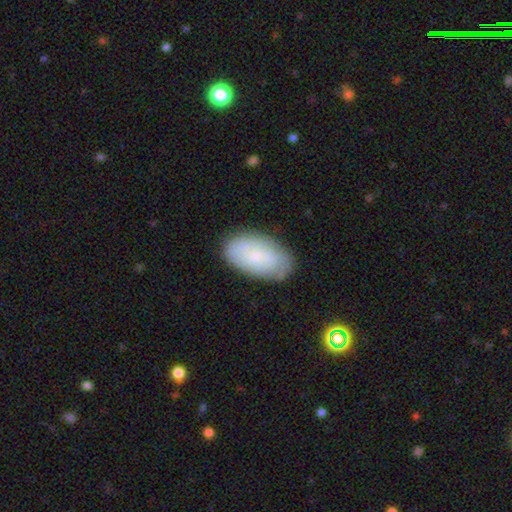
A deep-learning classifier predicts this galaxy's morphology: smooth-or-featured: smooth: 66% | featured or disk: 26% | star or artifact: 7%
  how-rounded: in between: 94% | round: 4% | cigar-shaped: 2%
  merging: none: 78% | minor disturbance: 17% | major disturbance: 4% | merger: 1%